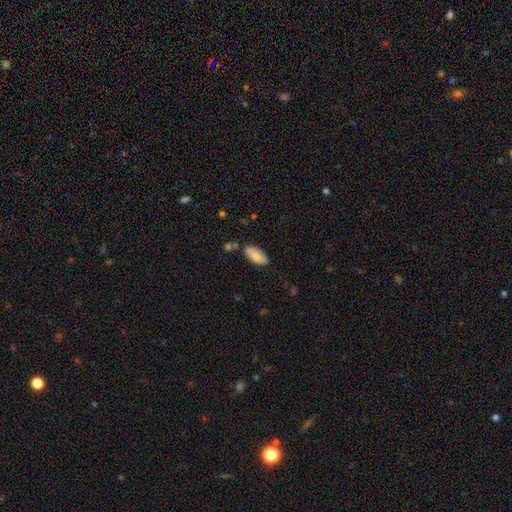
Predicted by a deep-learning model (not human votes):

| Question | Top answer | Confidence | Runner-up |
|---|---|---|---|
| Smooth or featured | smooth | 75% | featured or disk (18%) |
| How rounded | in between | 91% | cigar-shaped (7%) |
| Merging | none | 77% | minor disturbance (16%) |